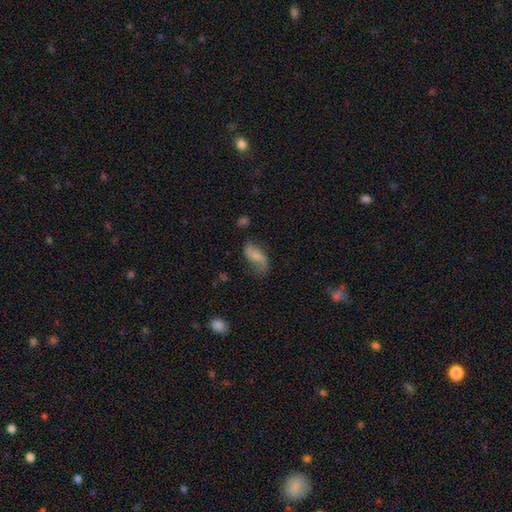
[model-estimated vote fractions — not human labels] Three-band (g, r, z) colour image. It shows a smooth galaxy with no disk features (55%) that is in between round and cigar-shaped (85%). Merging: none (57%).